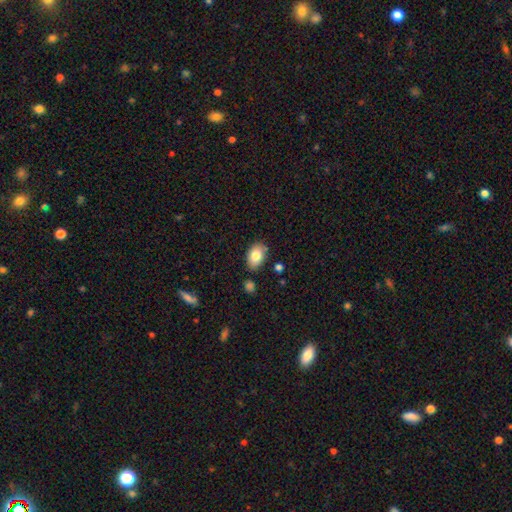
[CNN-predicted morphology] smooth-or-featured: smooth: 82% | featured or disk: 11% | star or artifact: 7%
  how-rounded: in between: 88% | round: 10% | cigar-shaped: 1%
  merging: none: 79% | minor disturbance: 14% | merger: 4% | major disturbance: 3%